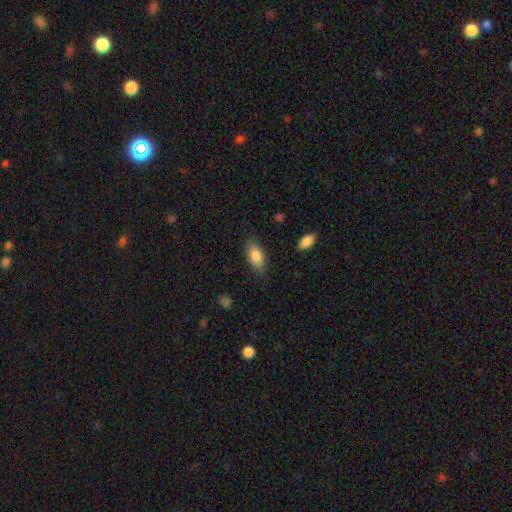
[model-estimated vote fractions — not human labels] A smooth galaxy with no disk features (85%) that is in between round and cigar-shaped (89%). Merging: none (81%).